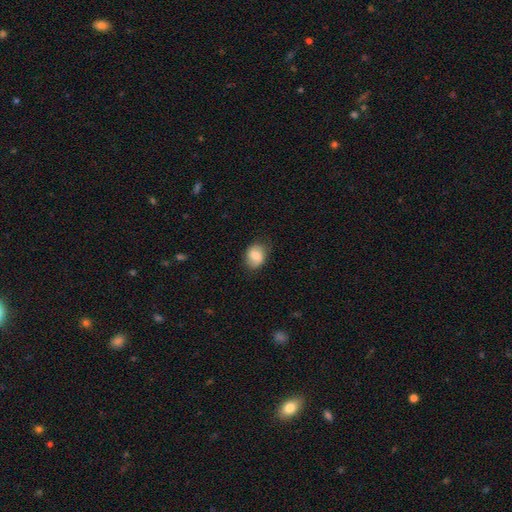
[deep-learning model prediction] smooth 75%, featured or disk 17%, star or artifact 8%. Down the decision tree: how rounded — in between (55%); merging — none (74%).